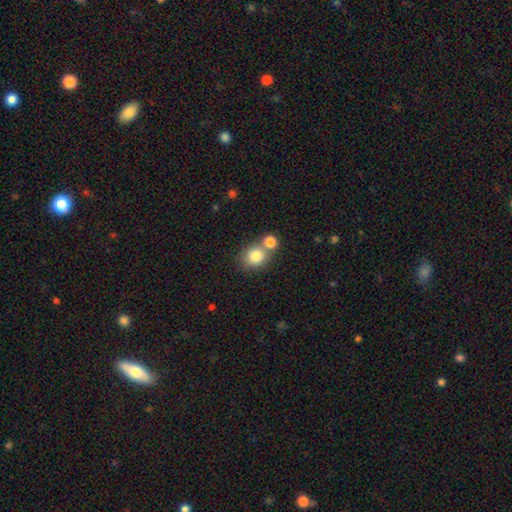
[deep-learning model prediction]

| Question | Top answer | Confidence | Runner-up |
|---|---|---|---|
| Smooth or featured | smooth | 81% | star or artifact (10%) |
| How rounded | round | 74% | in between (25%) |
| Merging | none | 55% | merger (33%) |